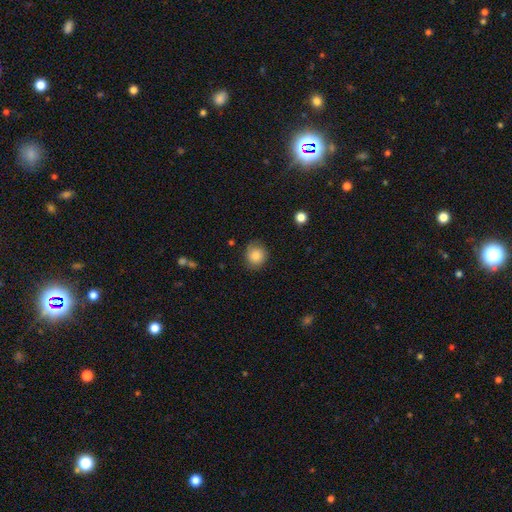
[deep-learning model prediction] Smooth or featured: smooth — 84% (star or artifact — 8%)
How rounded: round — 86% (in between — 14%)
Merging: none — 79% (minor disturbance — 16%)